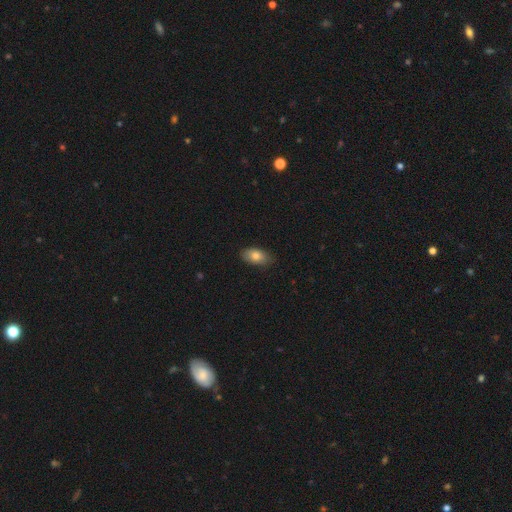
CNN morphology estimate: A smooth galaxy with no disk features (80%) that is in between round and cigar-shaped (91%). Merging: none (81%).